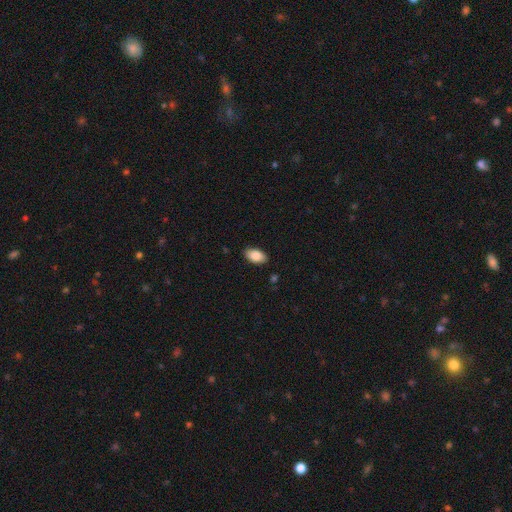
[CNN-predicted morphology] Smooth or featured? Predicted: smooth (p=0.87). How rounded? Predicted: in between (p=0.94). Merging? Predicted: none (p=0.88).